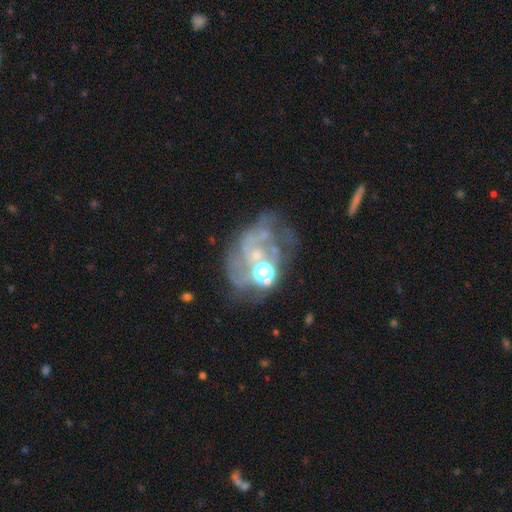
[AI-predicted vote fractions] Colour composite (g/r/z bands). It shows a featured or disk galaxy (63%) with no bar (80%), no spiral arms (54%) and a moderate central bulge (34%). Merging: none (33%, tied with major disturbance).